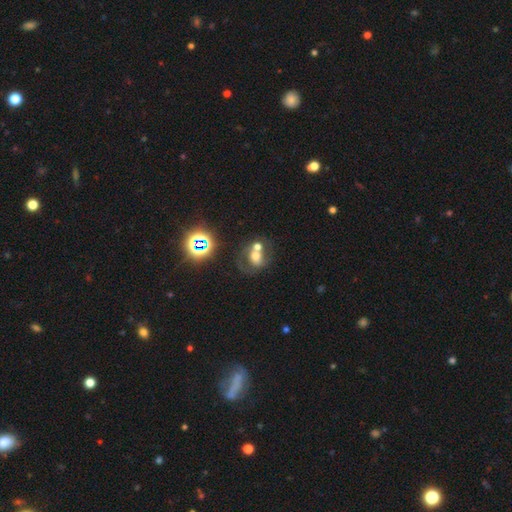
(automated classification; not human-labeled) Smooth or featured? smooth (43%)
Merging? merger (56%)